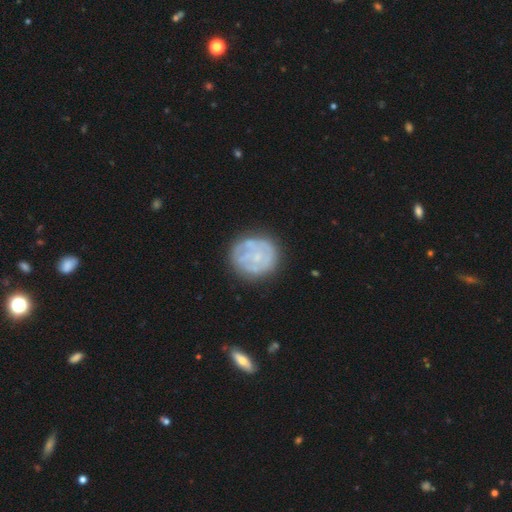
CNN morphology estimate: This appears to be a featured or disk galaxy (64%) with no bar (81%), spiral arms (57%) and a small central bulge (58%). Merging: none (72%).